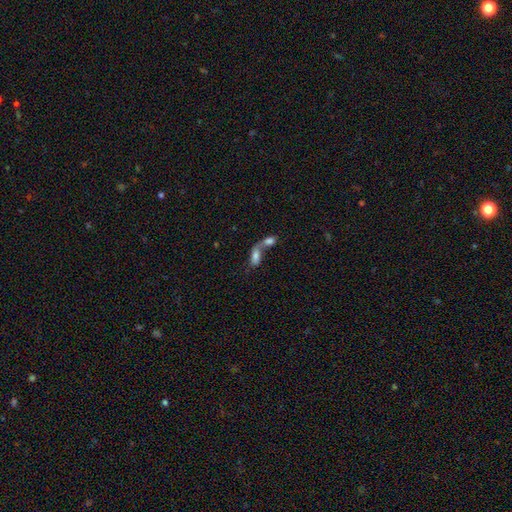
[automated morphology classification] Smooth or featured?
  - smooth: 71% *
  - featured or disk: 20%
  - star or artifact: 9%
How rounded?
  - in between: 82% *
  - cigar-shaped: 10%
  - round: 8%
Merging?
  - merger: 76% *
  - none: 13%
  - major disturbance: 6%
  - minor disturbance: 5%